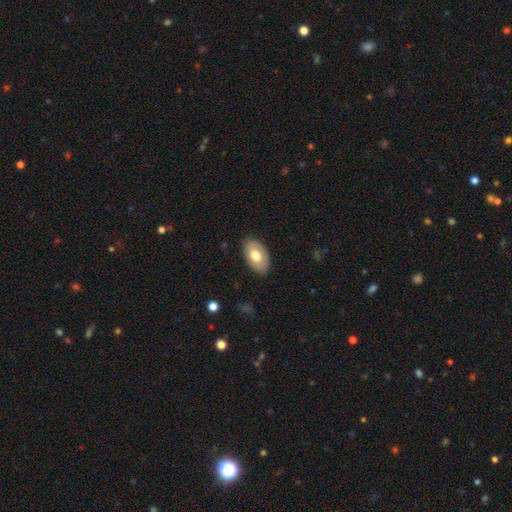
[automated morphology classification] The model was most divided on "smooth or featured": smooth: 69%, featured or disk: 25%, star or artifact: 6%. More confident: how rounded — in between (93%); merging — none (83%).